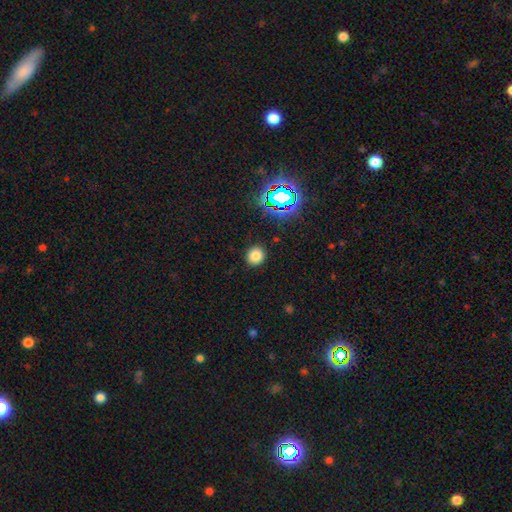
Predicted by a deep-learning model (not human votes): Smooth or featured? smooth (77%)
How rounded? round (91%)
Merging? none (90%)